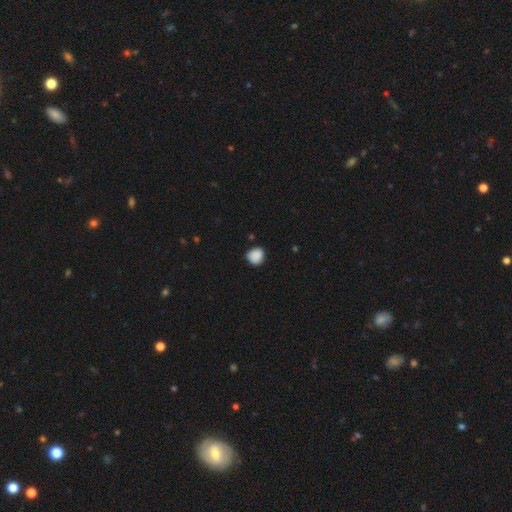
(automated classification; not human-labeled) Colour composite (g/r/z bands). It shows a smooth galaxy with no disk features (88%) that is round (85%). Merging: none (82%).